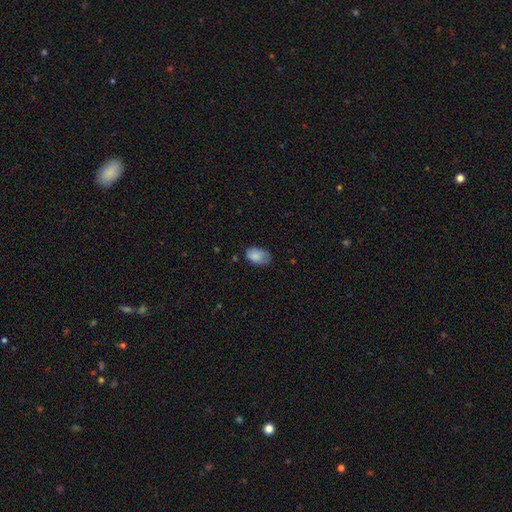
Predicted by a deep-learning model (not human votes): This is clearly a smooth galaxy (82%). How rounded: clearly in between (87%). Merging: possibly none (54%).